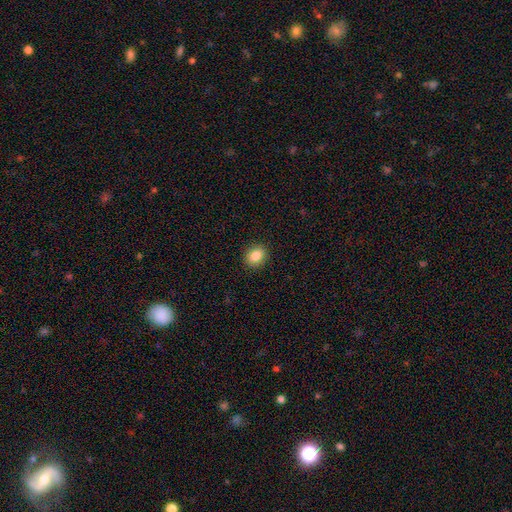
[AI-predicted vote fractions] smooth 87%, star or artifact 9%, featured or disk 4%. Down the decision tree: how rounded — in between (51%); merging — none (90%).